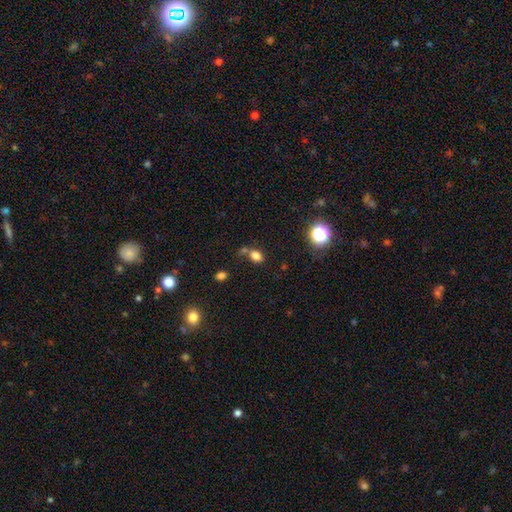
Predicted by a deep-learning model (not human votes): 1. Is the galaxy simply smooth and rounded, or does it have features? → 77% smooth, 16% star or artifact, 7% featured or disk.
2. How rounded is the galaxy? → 72% in between, 27% round, 2% cigar-shaped.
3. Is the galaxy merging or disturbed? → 53% none, 25% merger, 16% minor disturbance, 7% major disturbance.